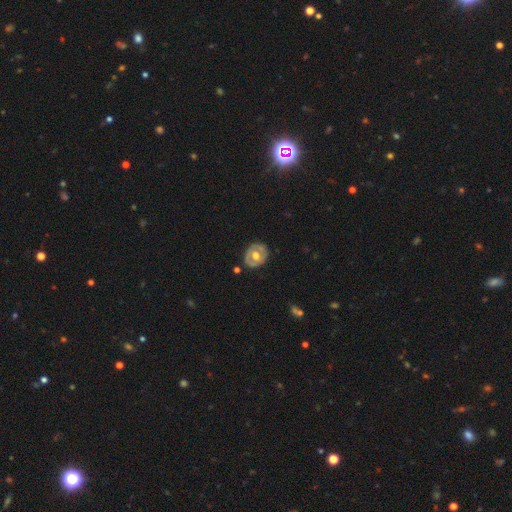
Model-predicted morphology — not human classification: smooth_or_featured: featured or disk (p=0.58) [alt: smooth p=0.37]
disk_edge_on: no (p=0.94) [alt: yes p=0.06]
bar: no (p=0.69) [alt: weak p=0.24]
has_spiral_arms: no (p=0.72) [alt: yes p=0.28]
bulge_size: moderate (p=0.69) [alt: large p=0.23]
merging: none (p=0.81) [alt: minor disturbance p=0.14]